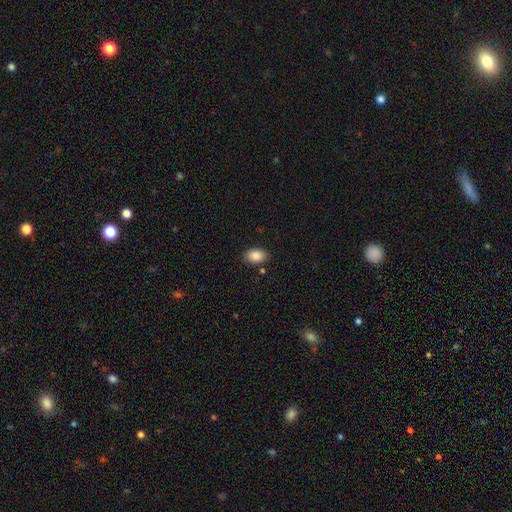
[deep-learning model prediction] smooth_or_featured: smooth (p=0.87) [alt: star or artifact p=0.08]
how_rounded: in between (p=0.84) [alt: round p=0.14]
merging: none (p=0.86) [alt: minor disturbance p=0.09]